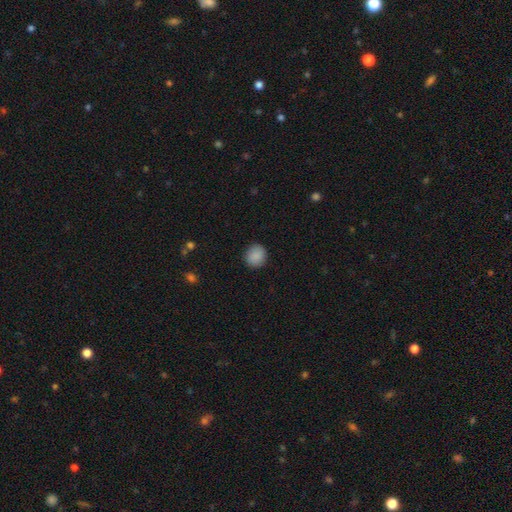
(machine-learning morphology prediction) smooth-or-featured: smooth: 89% | star or artifact: 8% | featured or disk: 4%
  how-rounded: round: 84% | in between: 16% | cigar-shaped: 1%
  merging: none: 90% | minor disturbance: 7% | major disturbance: 2% | merger: 1%